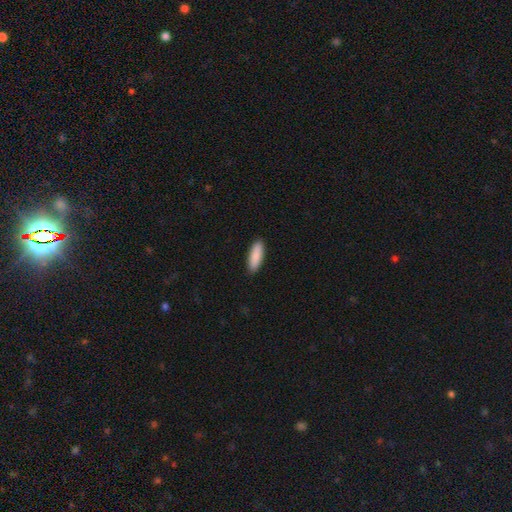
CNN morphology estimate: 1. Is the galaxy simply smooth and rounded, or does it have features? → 89% smooth, 5% featured or disk, 5% star or artifact.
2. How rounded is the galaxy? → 53% in between, 45% cigar-shaped, 2% round.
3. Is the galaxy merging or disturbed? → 91% none, 7% minor disturbance, 1% major disturbance, 1% merger.